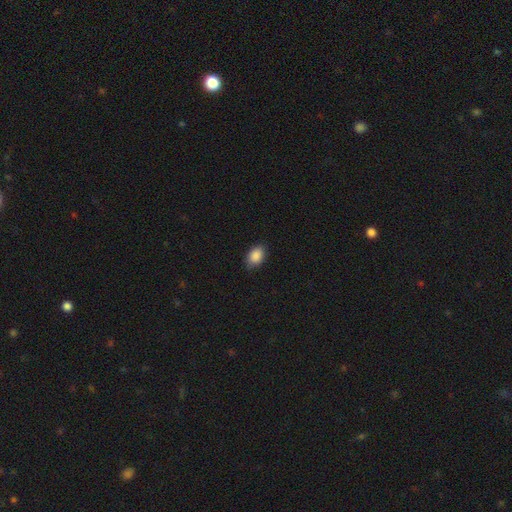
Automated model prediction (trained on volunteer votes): Smooth or featured? smooth (89%)
How rounded? in between (85%)
Merging? none (83%)